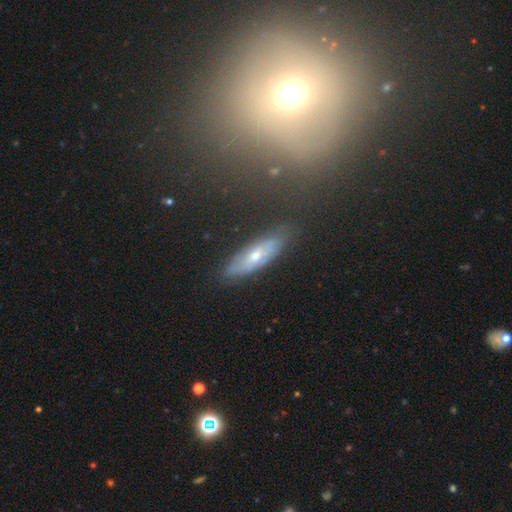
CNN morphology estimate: A featured or disk galaxy (52%).

Vote fractions:
- Smooth or featured? featured or disk: 52% / smooth: 40% / star or artifact: 8%
- Edge-on disk? no: 61% / yes: 39%
- Merging? none: 82% / minor disturbance: 14% / major disturbance: 3% / merger: 2%